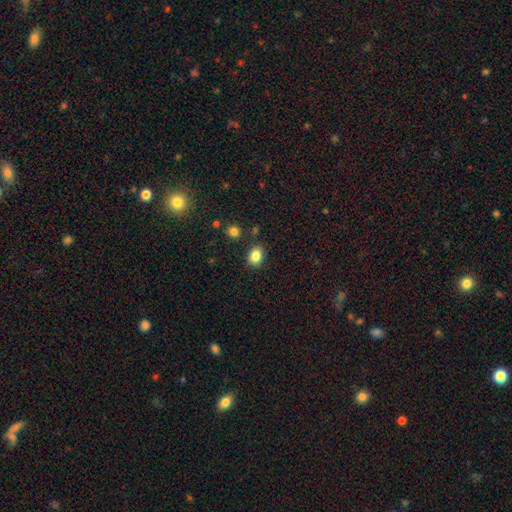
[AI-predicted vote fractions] Smooth or featured? Predicted: smooth (p=0.85). How rounded? Predicted: in between (p=0.64). Merging? Predicted: none (p=0.84).